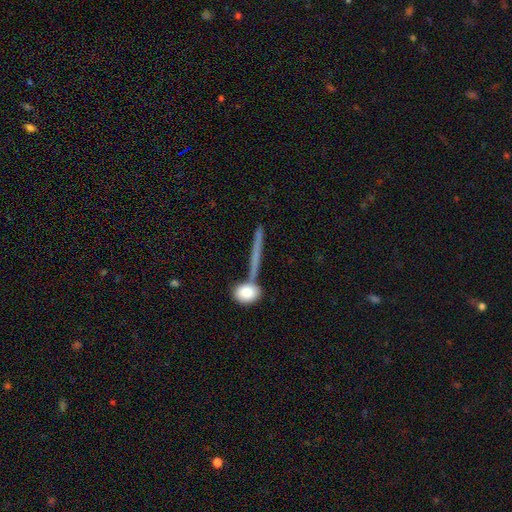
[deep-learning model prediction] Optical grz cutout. It shows a smooth galaxy with no disk features (51%) that is cigar-shaped (68%). Merging: none (67%).